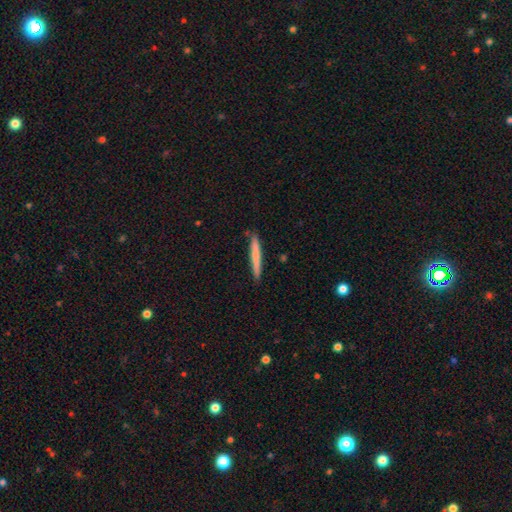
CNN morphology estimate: Overall: smooth (69%). How rounded: cigar-shaped (96%). Merging: none (87%).